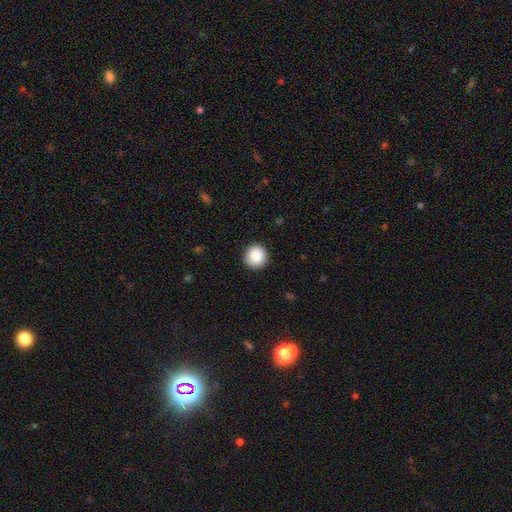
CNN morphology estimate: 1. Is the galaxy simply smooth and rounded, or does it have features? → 87% smooth, 8% star or artifact, 4% featured or disk.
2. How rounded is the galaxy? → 95% round, 4% in between, 1% cigar-shaped.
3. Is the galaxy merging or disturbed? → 92% none, 5% minor disturbance, 2% major disturbance, 1% merger.